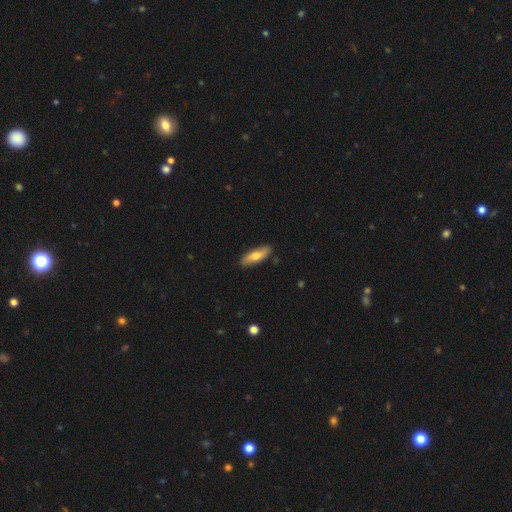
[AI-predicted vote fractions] Morphology: type=smooth (63%); roundness=cigar-shaped (53%); merging=none (87%).